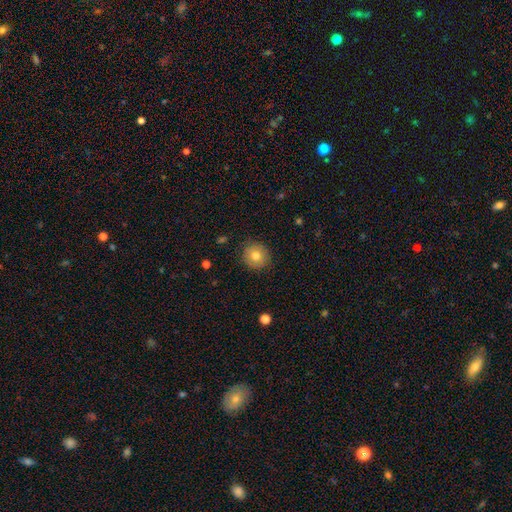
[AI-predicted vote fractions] Smooth or featured: smooth — 76% (featured or disk — 15%)
How rounded: round — 90% (in between — 9%)
Merging: none — 87% (minor disturbance — 10%)